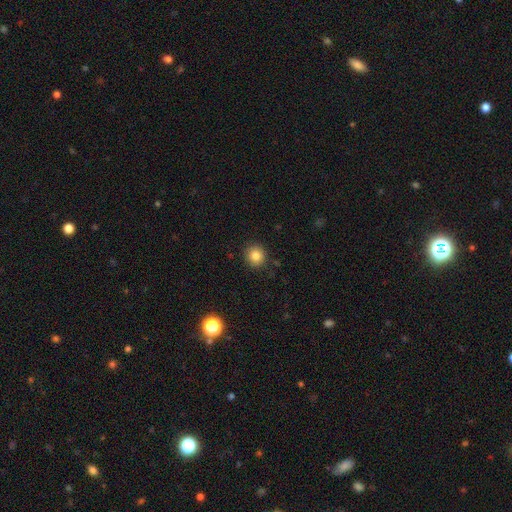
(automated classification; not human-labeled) Morphology: type=smooth (83%); roundness=round (91%); merging=none (90%).